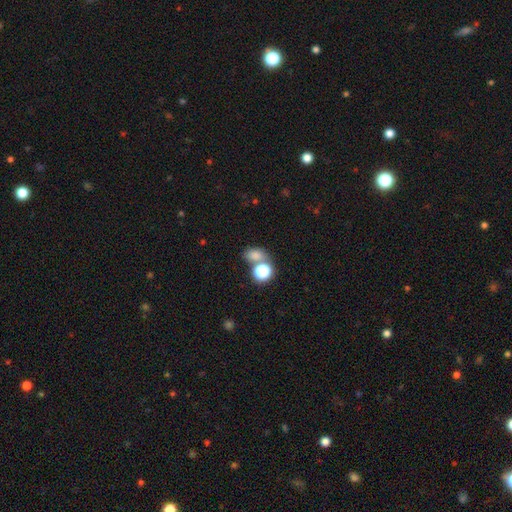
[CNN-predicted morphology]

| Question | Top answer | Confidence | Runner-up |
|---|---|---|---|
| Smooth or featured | smooth | 72% | star or artifact (20%) |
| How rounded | in between | 63% | round (35%) |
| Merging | none | 50% | merger (34%) |